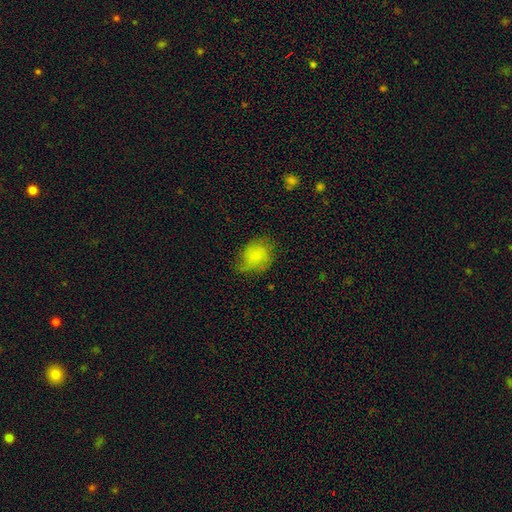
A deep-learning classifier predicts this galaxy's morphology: This appears to be a smooth galaxy with no disk features (67%) that is round (52%). Merging: none (52%).